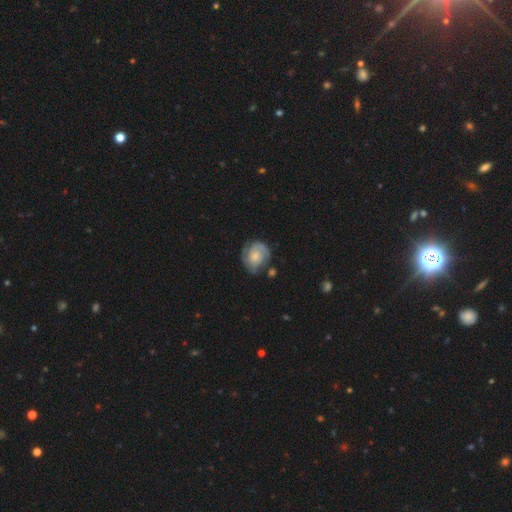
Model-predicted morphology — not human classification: The model was most divided on "bulge size": small: 44%, moderate: 41%, none: 7%, large: 6%, dominant: 1%. More confident: edge-on disk — no (98%); spiral arms — yes (93%); smooth or featured — featured or disk (73%); bar — no (73%); merging — none (66%); spiral winding — tight (60%); spiral arm count — 2 (55%).